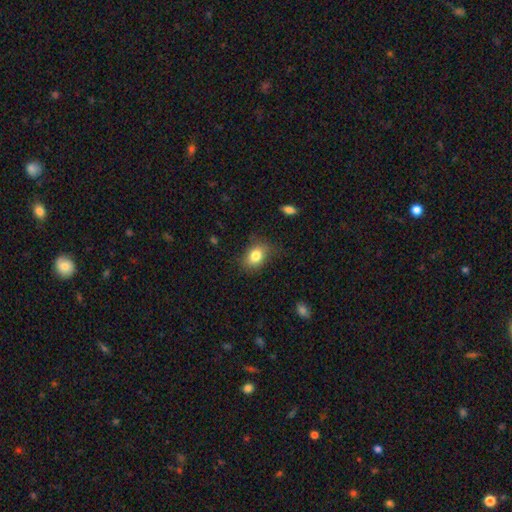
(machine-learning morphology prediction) Smooth or featured: smooth — 82% (star or artifact — 9%)
How rounded: in between — 66% (round — 33%)
Merging: none — 73% (minor disturbance — 20%)